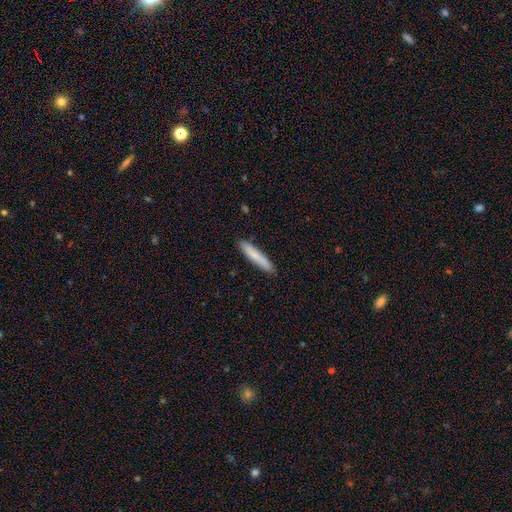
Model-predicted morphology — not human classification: This appears to be a smooth galaxy with no disk features (81%) that is cigar-shaped (92%). Merging: none (89%).